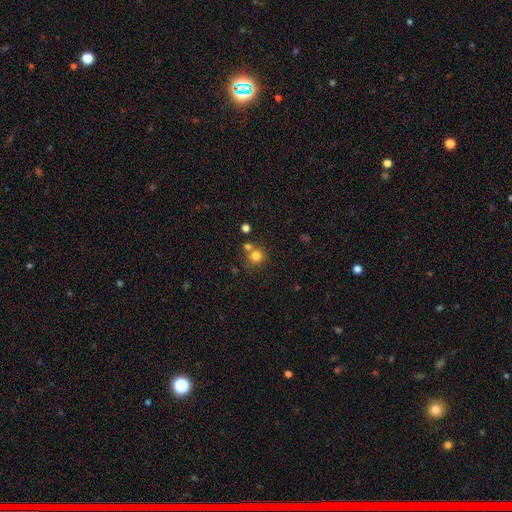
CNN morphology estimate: type=smooth (79%); roundness=round (91%); merging=none (62%).